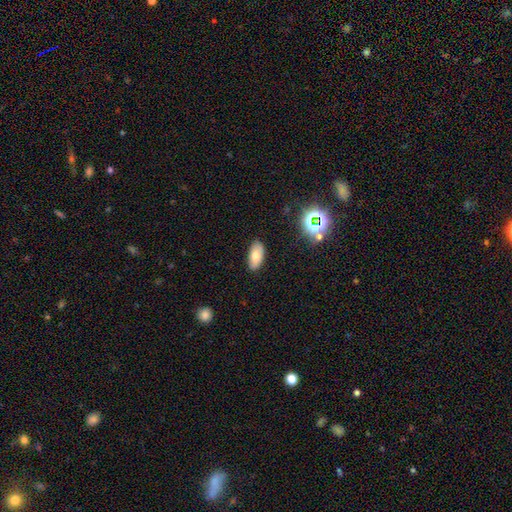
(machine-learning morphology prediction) This is likely a smooth galaxy (75%). How rounded: clearly in between (91%). Merging: clearly none (83%).